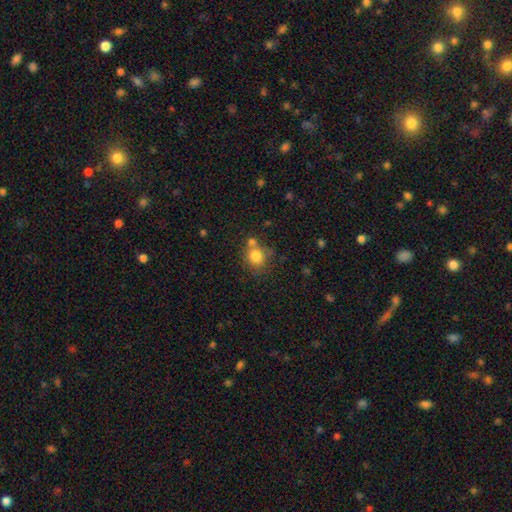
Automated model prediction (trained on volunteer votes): Smooth or featured: smooth — 79% (star or artifact — 11%)
How rounded: round — 76% (in between — 23%)
Merging: none — 52% (merger — 28%)